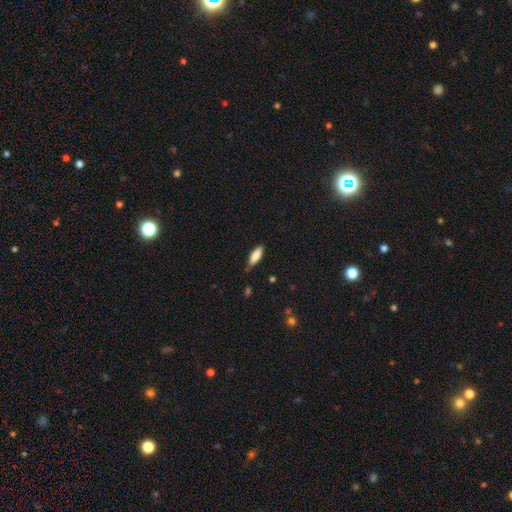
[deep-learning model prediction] Smooth or featured?
  - smooth: 83% *
  - featured or disk: 11%
  - star or artifact: 6%
How rounded?
  - in between: 59% *
  - cigar-shaped: 39%
  - round: 2%
Merging?
  - none: 73% *
  - minor disturbance: 22%
  - major disturbance: 3%
  - merger: 2%